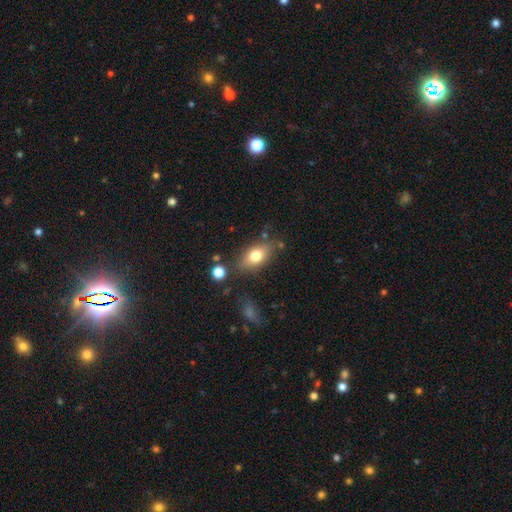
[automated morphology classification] The model was most divided on "smooth or featured": smooth: 75%, featured or disk: 17%, star or artifact: 8%. More confident: how rounded — in between (84%); merging — none (75%).